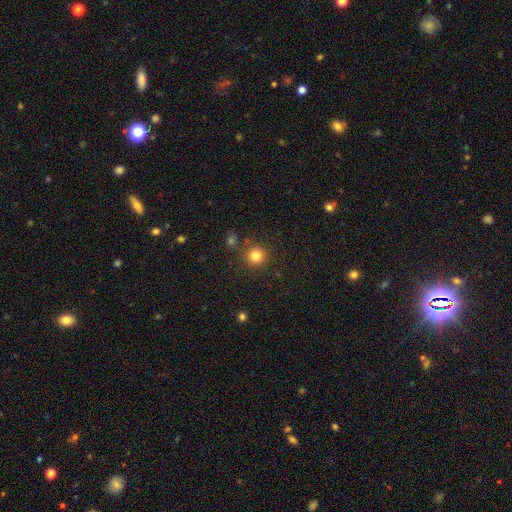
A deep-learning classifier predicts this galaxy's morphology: A smooth galaxy with no disk features (81%) that is round (93%).

Vote fractions:
- Smooth or featured? smooth: 81% / star or artifact: 13% / featured or disk: 6%
- How rounded? round: 93% / in between: 6% / cigar-shaped: 1%
- Merging? none: 85% / minor disturbance: 7% / merger: 5% / major disturbance: 3%